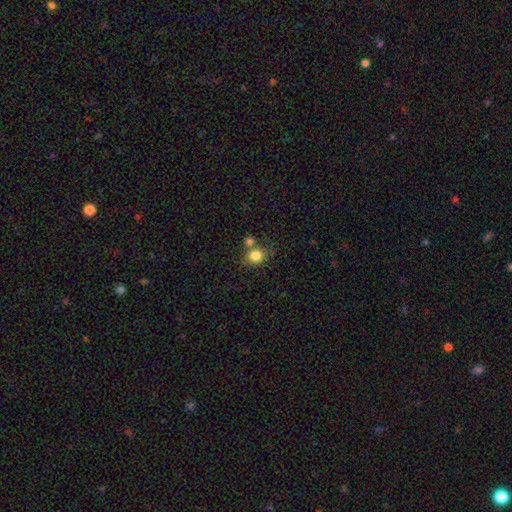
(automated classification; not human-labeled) A smooth galaxy with no disk features (82%) that is round (70%). Merging: none (57%).